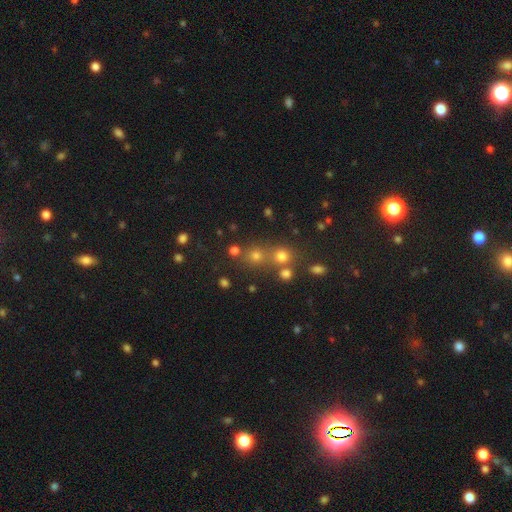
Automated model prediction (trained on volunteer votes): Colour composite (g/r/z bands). It shows a smooth galaxy with no disk features (68%) that is round (87%). Merging: none (60%).